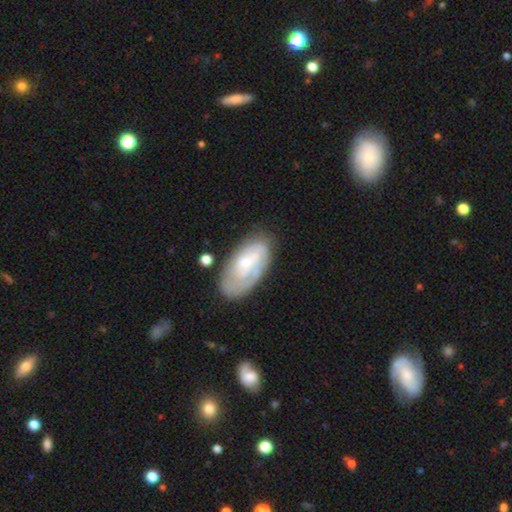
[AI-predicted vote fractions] Smooth or featured? featured or disk (61%)
Edge-on disk? no (94%)
Bar? no (54%)
Spiral arms? yes (71%)
Bulge size? small (53%)
Merging? none (59%)